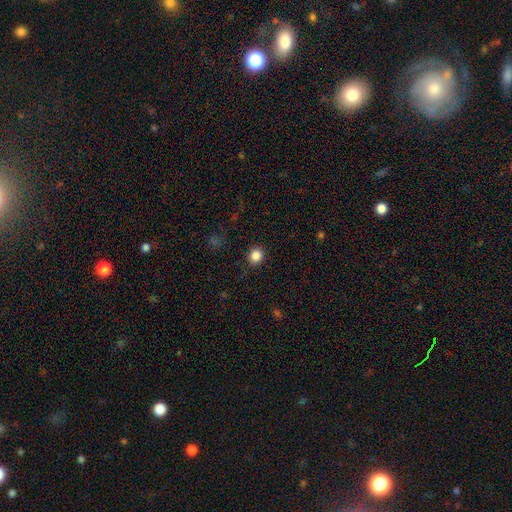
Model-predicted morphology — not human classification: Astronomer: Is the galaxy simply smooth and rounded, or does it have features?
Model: smooth — 84%.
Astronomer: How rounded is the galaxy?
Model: round — 84%.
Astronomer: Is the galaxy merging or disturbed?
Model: none — 89%.